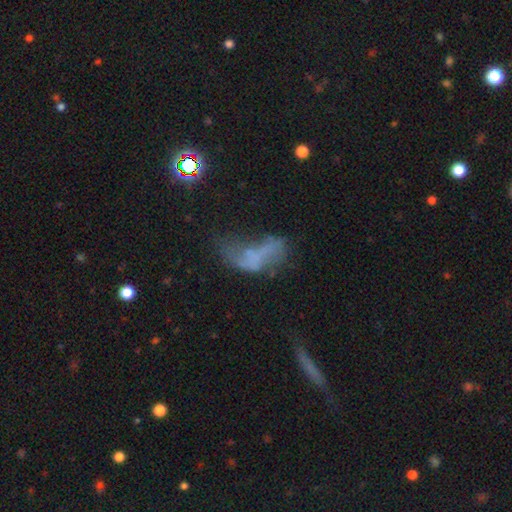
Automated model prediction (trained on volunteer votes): Morphology: type=featured or disk (43%); merging=major disturbance (42%).